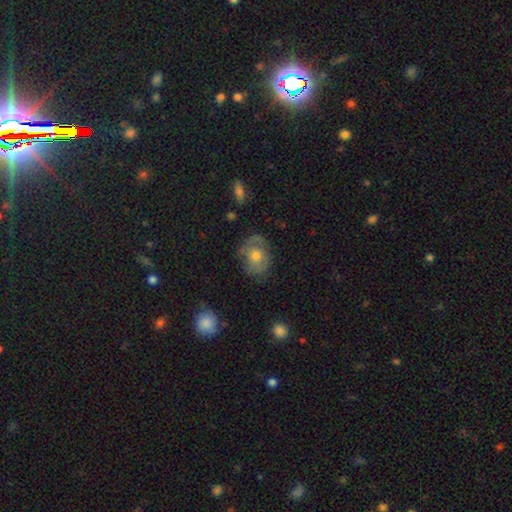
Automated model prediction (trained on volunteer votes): smooth 49%, featured or disk 43%, star or artifact 8%. Down the decision tree: merging — none (60%).